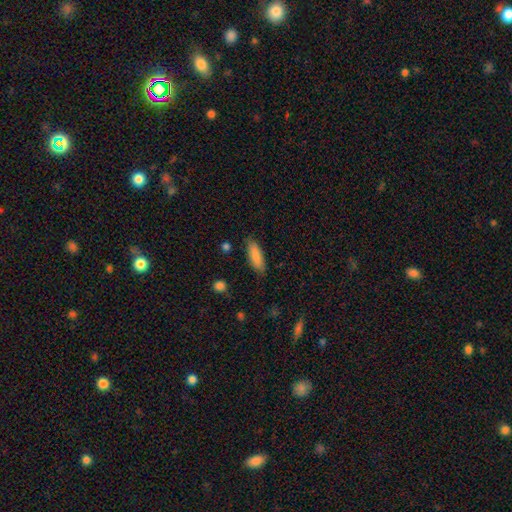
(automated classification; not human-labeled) smooth_or_featured: smooth (p=0.86) [alt: featured or disk p=0.08]
how_rounded: in between (p=0.57) [alt: cigar-shaped p=0.41]
merging: none (p=0.84) [alt: minor disturbance p=0.12]